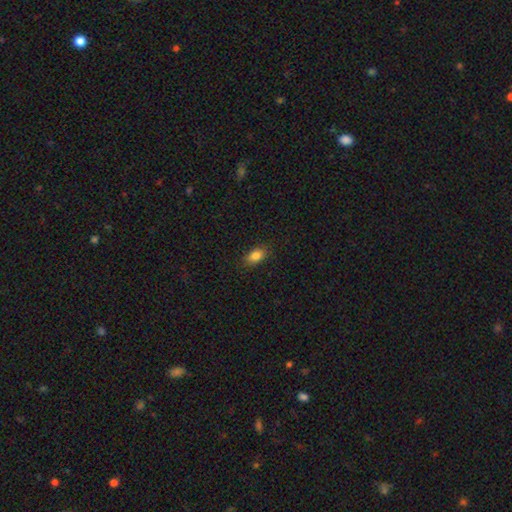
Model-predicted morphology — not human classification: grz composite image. It shows a smooth galaxy with no disk features (85%) that is in between round and cigar-shaped (87%). Merging: none (86%).